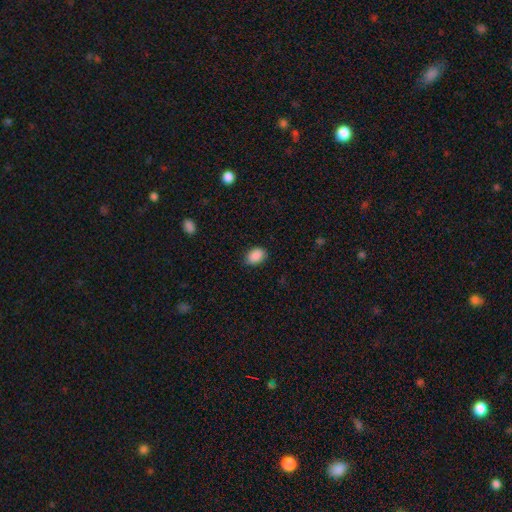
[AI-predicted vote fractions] Overall: smooth (89%). How rounded: in between (82%). Merging: none (85%).